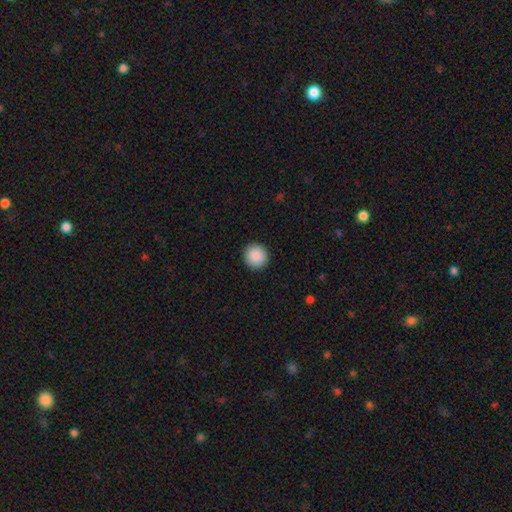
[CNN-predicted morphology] This is clearly a smooth galaxy (90%). How rounded: clearly round (94%). Merging: clearly none (93%).